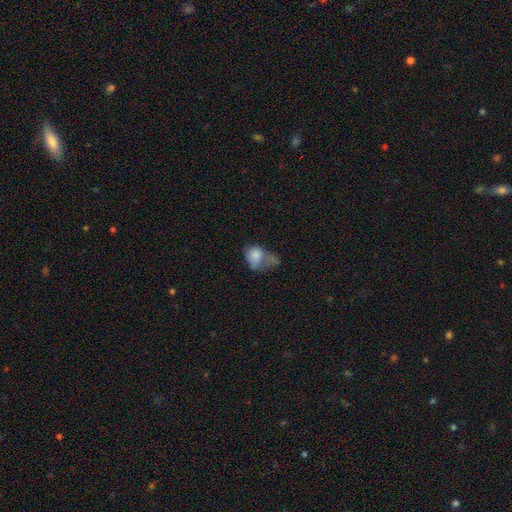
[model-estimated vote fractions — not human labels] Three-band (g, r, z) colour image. It shows a smooth galaxy with no disk features (73%) that is in between round and cigar-shaped (61%). Merging: major disturbance (34%).